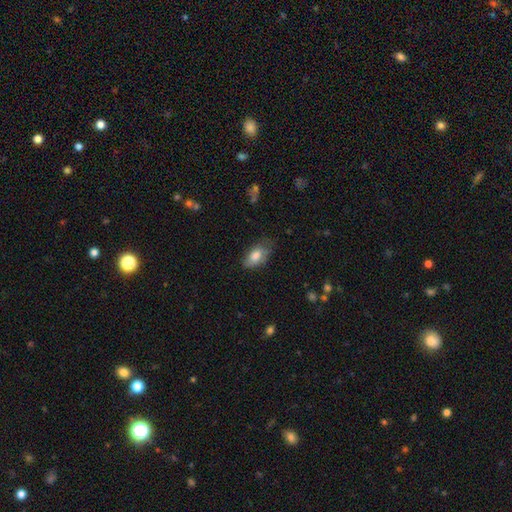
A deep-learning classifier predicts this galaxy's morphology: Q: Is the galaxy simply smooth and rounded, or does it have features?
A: smooth — 78%.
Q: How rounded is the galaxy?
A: in between — 92%.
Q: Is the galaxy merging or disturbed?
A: none — 57%.